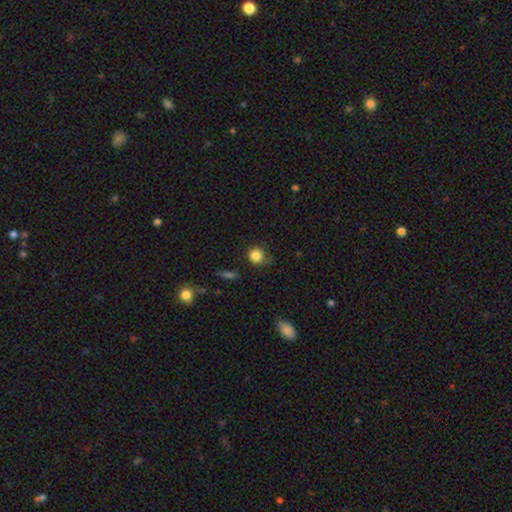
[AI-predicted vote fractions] This appears to be a smooth galaxy with no disk features (84%) that is round (88%). Merging: none (69%).